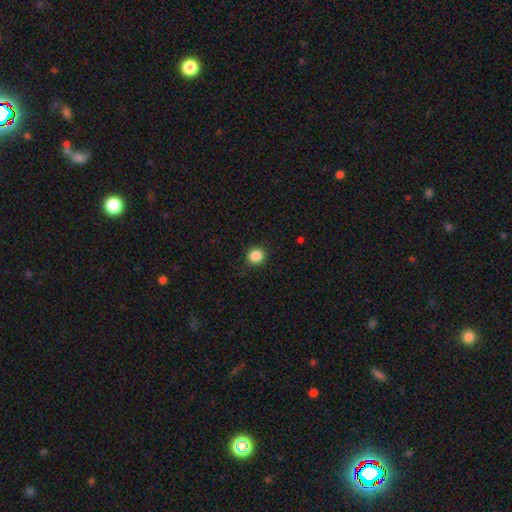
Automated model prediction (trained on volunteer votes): Morphology: type=smooth (86%); roundness=round (90%); merging=none (90%).